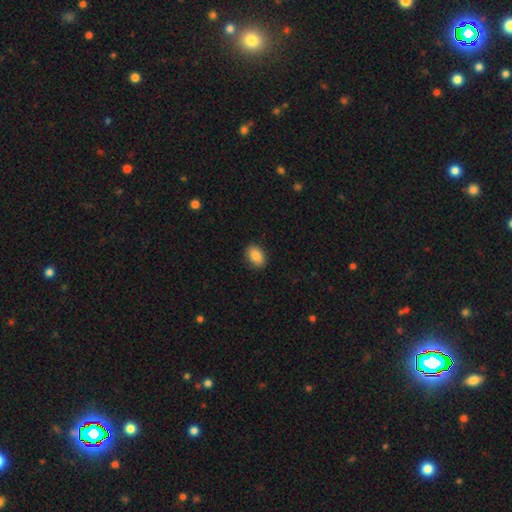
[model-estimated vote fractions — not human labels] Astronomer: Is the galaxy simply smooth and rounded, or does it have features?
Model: smooth — 87%.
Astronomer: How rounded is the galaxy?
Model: in between — 85%.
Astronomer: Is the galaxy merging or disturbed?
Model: none — 89%.